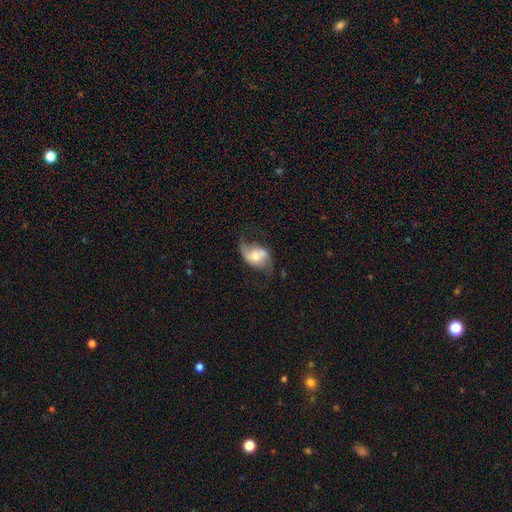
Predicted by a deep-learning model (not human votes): smooth-or-featured: featured or disk: 78% | smooth: 15% | star or artifact: 6%
  disk-edge-on: no: 97% | yes: 3%
    bar: no: 49% | weak: 35% | strong: 16%
    has-spiral-arms: yes: 92% | no: 8%
      spiral-winding: loose: 73% | medium: 22% | tight: 5%
      spiral-arm-count: 2: 91% | 1: 3% | can't tell: 3% | 3: 1% | 4: 1% | more than 4: 1%
    bulge-size: moderate: 60% | small: 27% | large: 9% | none: 2% | dominant: 2%
  merging: none: 63% | minor disturbance: 19% | major disturbance: 12% | merger: 6%